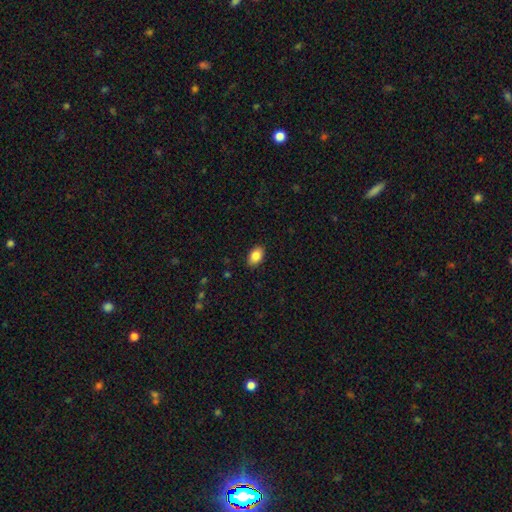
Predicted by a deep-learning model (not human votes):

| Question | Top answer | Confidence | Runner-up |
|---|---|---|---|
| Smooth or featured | smooth | 86% | star or artifact (7%) |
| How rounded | in between | 88% | round (10%) |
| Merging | none | 89% | minor disturbance (8%) |